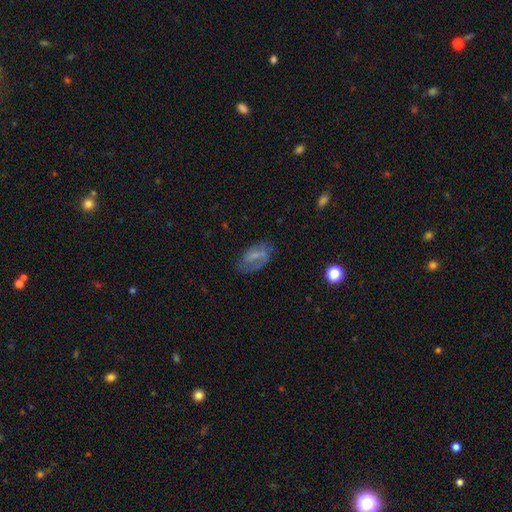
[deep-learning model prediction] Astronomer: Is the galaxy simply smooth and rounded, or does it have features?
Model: featured or disk — 48% (runner-up: smooth, 42%).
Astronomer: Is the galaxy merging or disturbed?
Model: none — 61%.